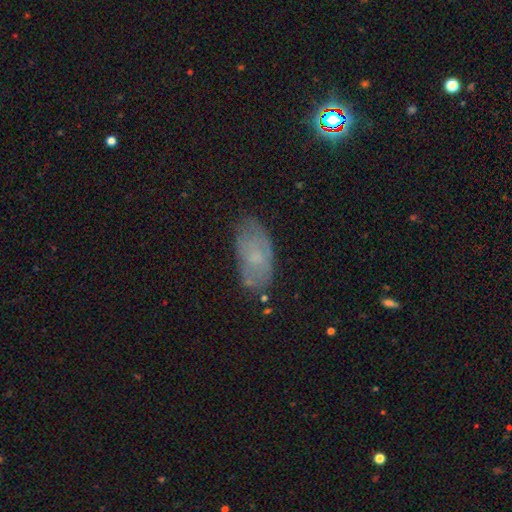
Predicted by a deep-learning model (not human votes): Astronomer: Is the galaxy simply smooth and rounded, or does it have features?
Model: smooth — 57% (runner-up: featured or disk, 35%).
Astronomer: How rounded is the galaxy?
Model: in between — 93%.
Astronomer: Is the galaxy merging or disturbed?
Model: none — 64%.